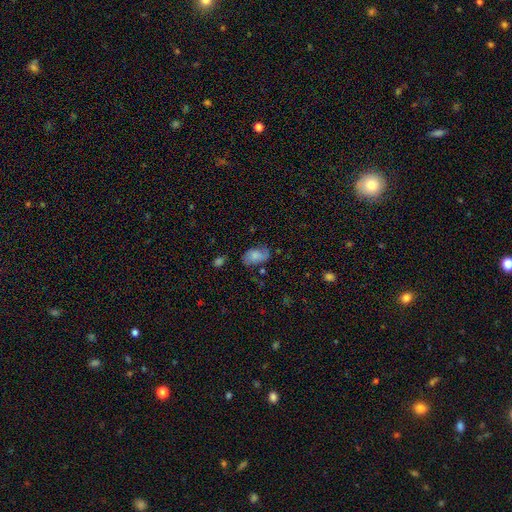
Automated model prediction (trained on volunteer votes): Smooth or featured? smooth (60%)
How rounded? in between (91%)
Merging? none (61%)